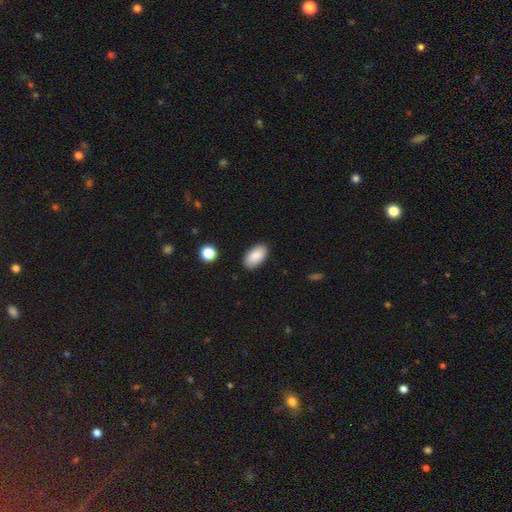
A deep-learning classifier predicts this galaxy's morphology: type=smooth (87%); roundness=in between (95%); merging=none (87%).